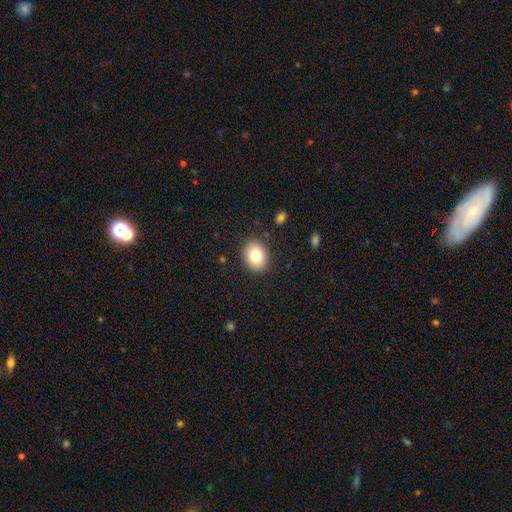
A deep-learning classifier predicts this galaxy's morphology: Q: Smooth or featured?
A: smooth (81%); runner-up: featured or disk (10%)
Q: How rounded?
A: in between (59%); runner-up: round (40%)
Q: Merging?
A: none (88%); runner-up: minor disturbance (8%)